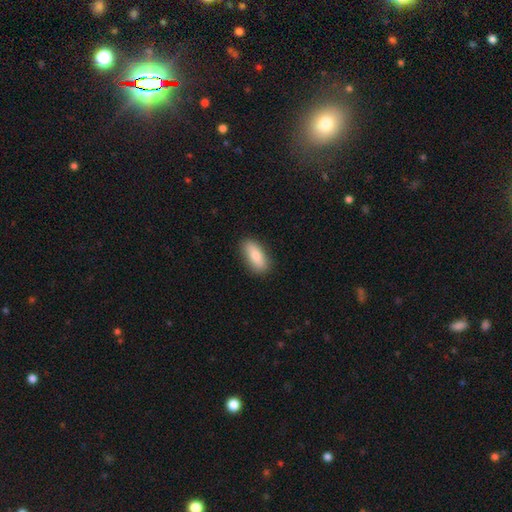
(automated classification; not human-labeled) Smooth or featured? Predicted: smooth (p=0.77). How rounded? Predicted: in between (p=0.77). Merging? Predicted: none (p=0.87).